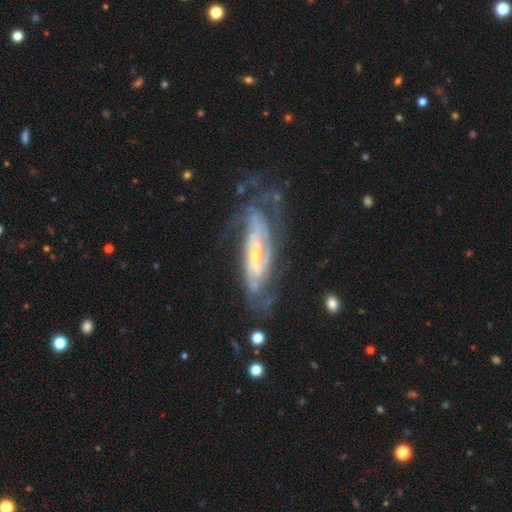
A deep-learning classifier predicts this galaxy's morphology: Smooth or featured: featured or disk — 84% (smooth — 10%)
Edge-on disk: no — 81% (yes — 19%)
Bar: weak — 37% (no — 36%)
Spiral arms: yes — 92% (no — 8%)
Spiral winding: tight — 54% (medium — 35%)
Spiral arm count: can't tell — 38% (2 — 34%)
Bulge size: small — 64% (moderate — 29%)
Merging: none — 60% (minor disturbance — 21%)